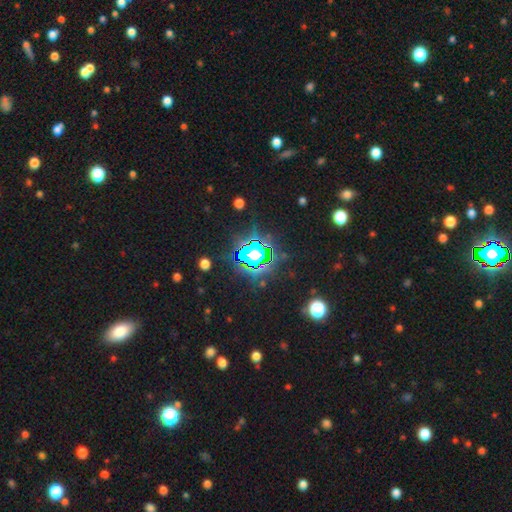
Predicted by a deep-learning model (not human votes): smooth-or-featured: star or artifact: 83% | smooth: 10% | featured or disk: 7%